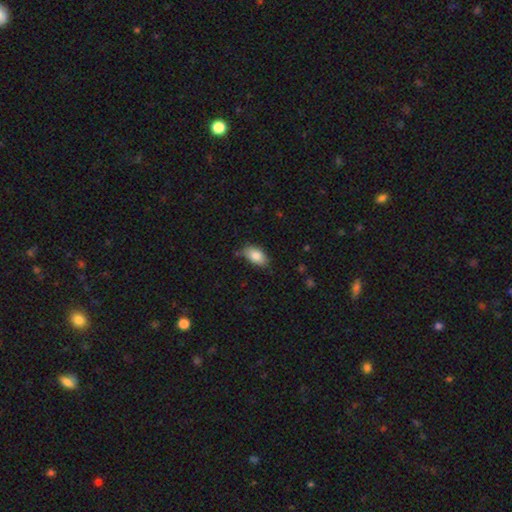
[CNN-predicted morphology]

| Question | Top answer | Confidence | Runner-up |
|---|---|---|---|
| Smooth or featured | smooth | 85% | featured or disk (8%) |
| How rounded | in between | 93% | round (4%) |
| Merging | none | 75% | minor disturbance (19%) |